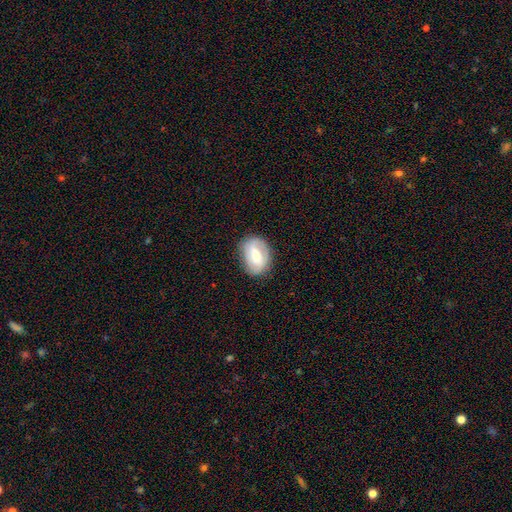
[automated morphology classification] This is possibly a smooth galaxy (49%). Merging: likely none (75%).